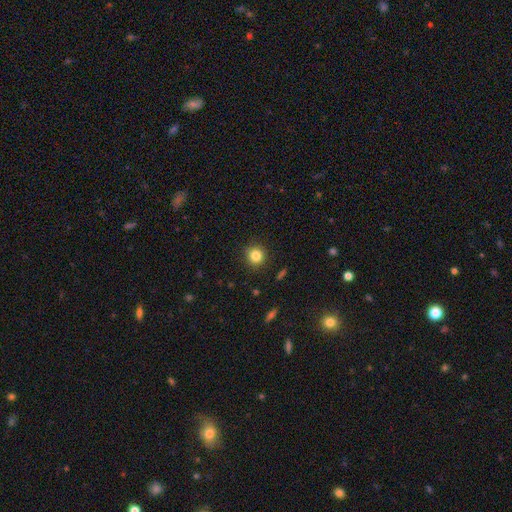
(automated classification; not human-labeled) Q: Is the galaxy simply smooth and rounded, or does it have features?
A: smooth — 84%.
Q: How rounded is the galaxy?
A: round — 92%.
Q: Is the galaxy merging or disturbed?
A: none — 90%.